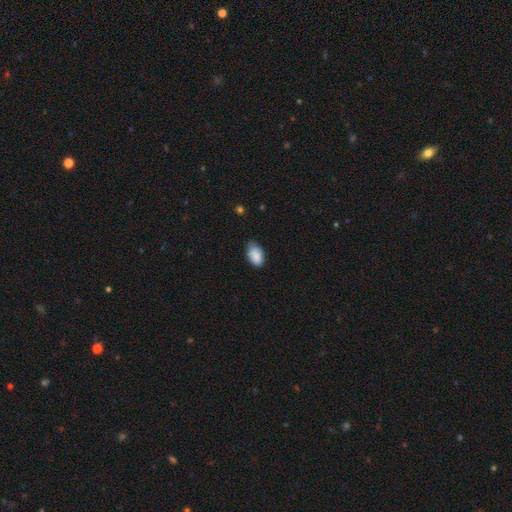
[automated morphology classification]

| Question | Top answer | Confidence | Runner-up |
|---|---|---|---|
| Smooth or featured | smooth | 88% | star or artifact (7%) |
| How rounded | in between | 92% | round (7%) |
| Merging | none | 66% | minor disturbance (29%) |